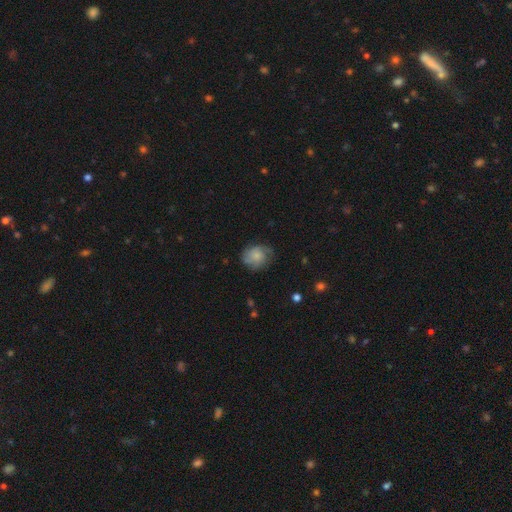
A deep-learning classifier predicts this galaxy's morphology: Smooth or featured: smooth — 62% (featured or disk — 29%)
How rounded: round — 67% (in between — 31%)
Merging: none — 62% (minor disturbance — 26%)